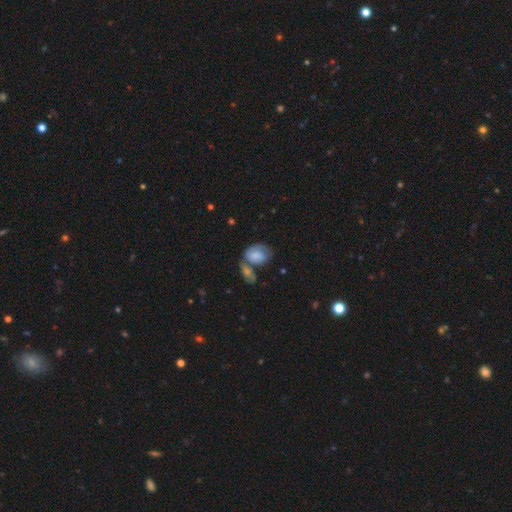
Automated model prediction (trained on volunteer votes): This is likely a smooth galaxy (65%). How rounded: likely in between (74%). Merging: marginally merger (37%).